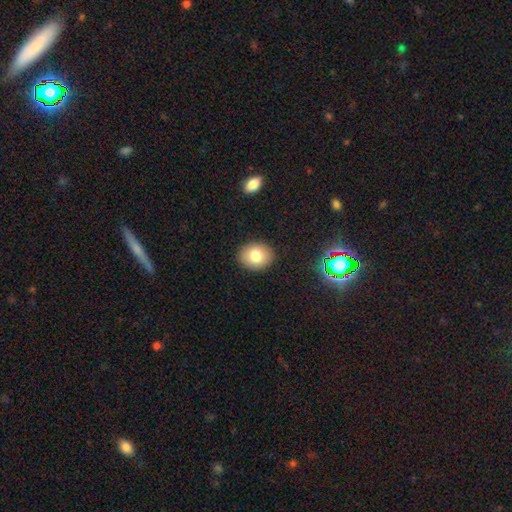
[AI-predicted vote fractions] A smooth galaxy with no disk features (79%) that is round (53%). Merging: none (89%).